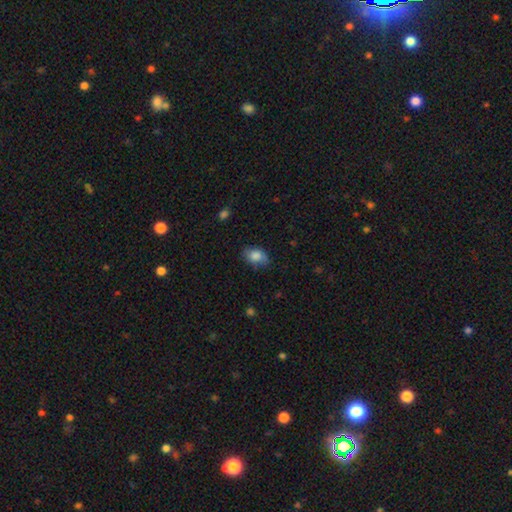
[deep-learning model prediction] A smooth galaxy with no disk features (83%) that is in between round and cigar-shaped (82%). Merging: none (67%).